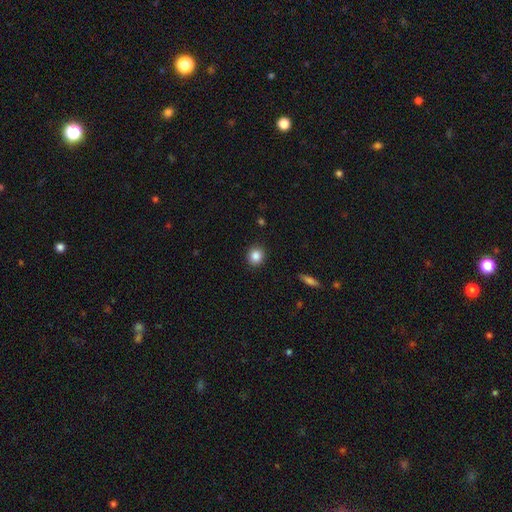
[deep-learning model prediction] Smooth or featured: smooth — 85% (star or artifact — 10%)
How rounded: round — 85% (in between — 14%)
Merging: none — 91% (minor disturbance — 6%)